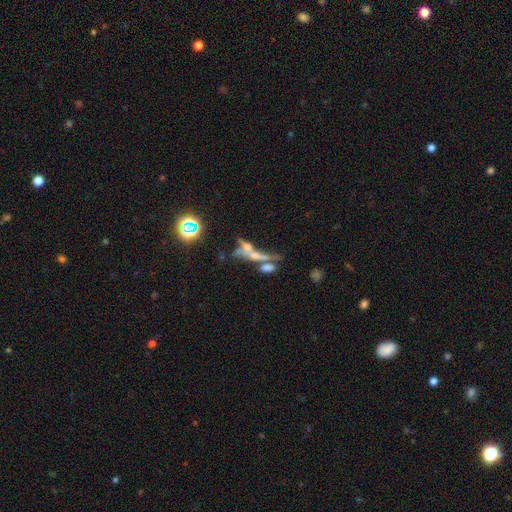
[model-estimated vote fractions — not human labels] The model was most divided on "merging": merger: 46%, none: 30%, major disturbance: 14%, minor disturbance: 10%. Remaining: smooth or featured — featured or disk (47%).